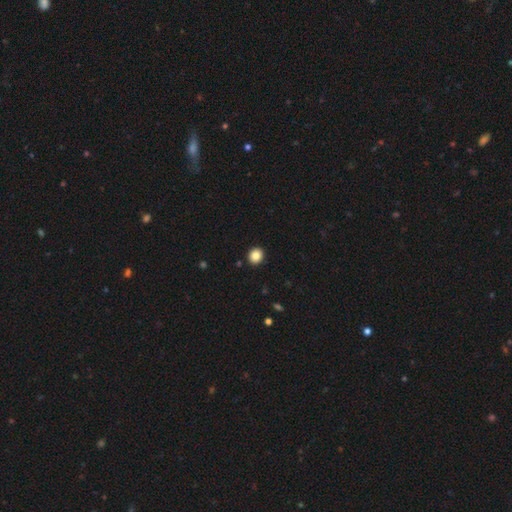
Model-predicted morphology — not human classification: This is clearly a smooth galaxy (85%). How rounded: clearly round (80%). Merging: clearly none (92%).